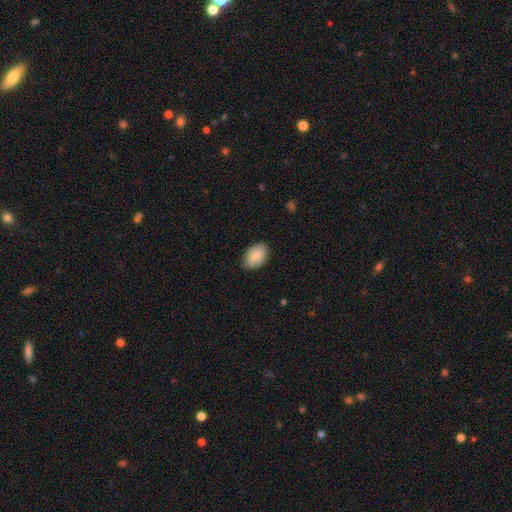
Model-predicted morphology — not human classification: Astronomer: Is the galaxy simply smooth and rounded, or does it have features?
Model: smooth — 85%.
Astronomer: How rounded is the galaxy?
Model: in between — 89%.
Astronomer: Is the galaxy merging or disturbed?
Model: none — 85%.